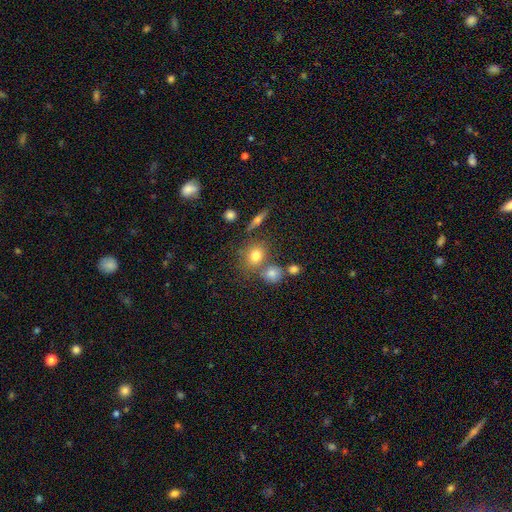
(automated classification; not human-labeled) A smooth galaxy with no disk features (74%) that is round (65%).

Vote fractions:
- Smooth or featured? smooth: 74% / star or artifact: 13% / featured or disk: 12%
- How rounded? round: 65% / in between: 33% / cigar-shaped: 2%
- Merging? none: 63% / merger: 21% / minor disturbance: 12% / major disturbance: 5%